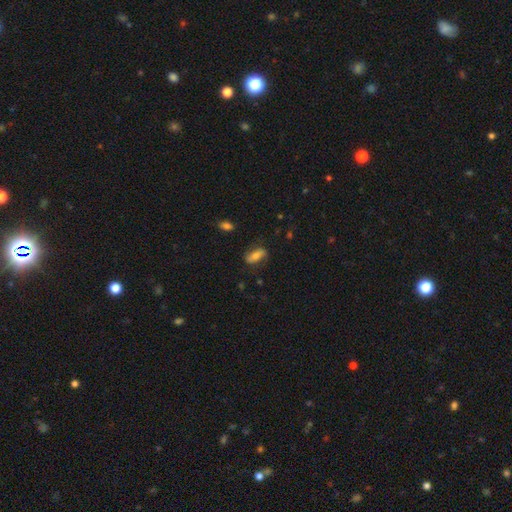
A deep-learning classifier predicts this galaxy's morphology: Smooth or featured: smooth — 60% (featured or disk — 32%)
How rounded: in between — 79% (cigar-shaped — 16%)
Merging: none — 74% (minor disturbance — 19%)